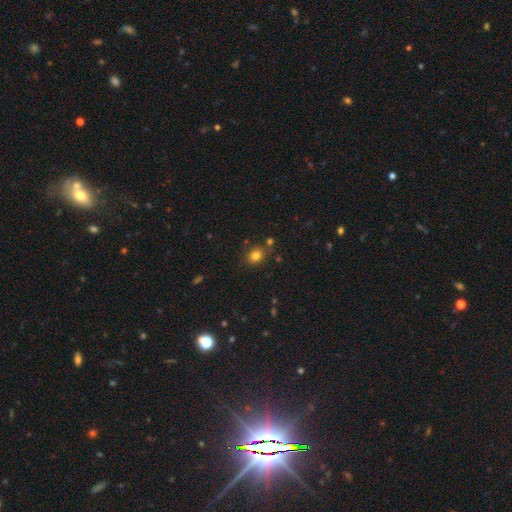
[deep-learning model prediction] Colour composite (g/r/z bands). It shows a smooth galaxy with no disk features (79%) that is round (59%). Merging: none (77%).